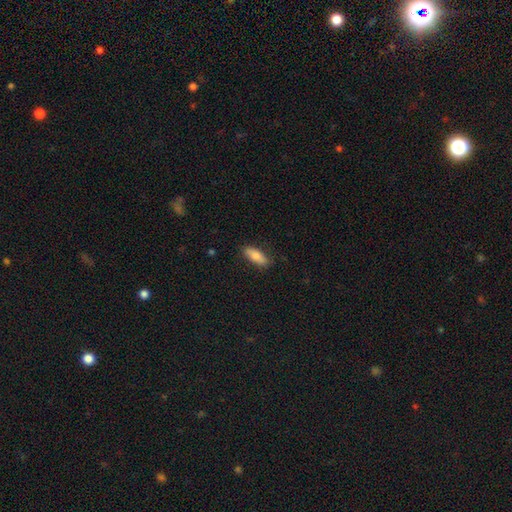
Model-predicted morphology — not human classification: This appears to be a smooth galaxy with no disk features (78%) that is in between round and cigar-shaped (71%). Merging: none (84%).